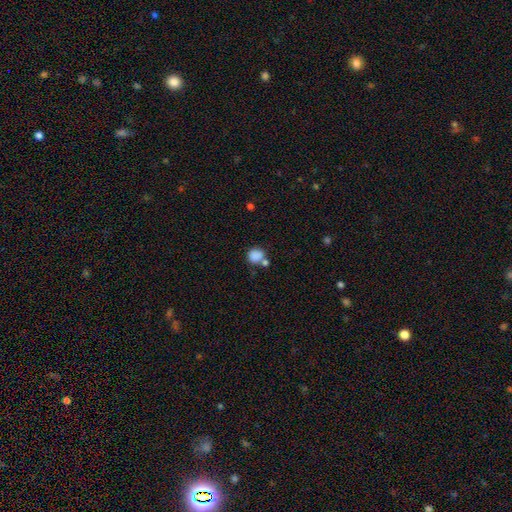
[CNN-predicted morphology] Smooth or featured? smooth (84%)
How rounded? round (74%)
Merging? none (53%)